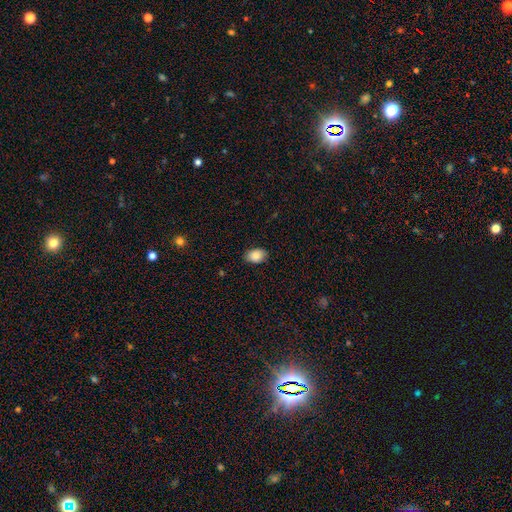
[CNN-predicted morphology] Smooth or featured: smooth — 87% (star or artifact — 8%)
How rounded: in between — 80% (round — 19%)
Merging: none — 85% (minor disturbance — 12%)